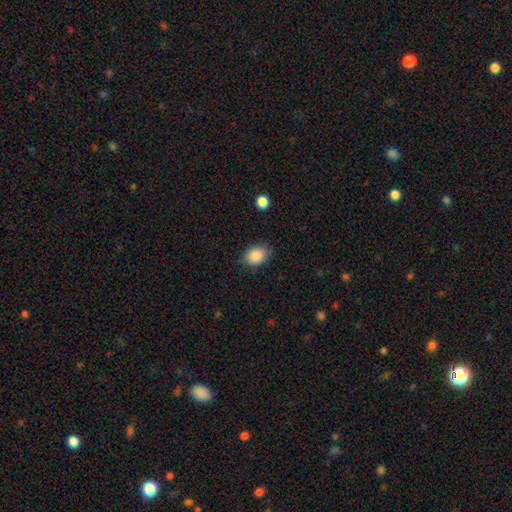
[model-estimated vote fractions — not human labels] A smooth galaxy with no disk features (88%) that is in between round and cigar-shaped (70%).

Vote fractions:
- Smooth or featured? smooth: 88% / star or artifact: 8% / featured or disk: 4%
- How rounded? in between: 70% / round: 29% / cigar-shaped: 1%
- Merging? none: 81% / minor disturbance: 14% / major disturbance: 3% / merger: 1%